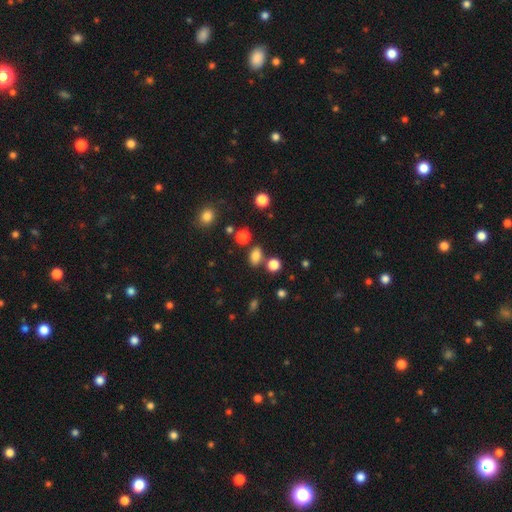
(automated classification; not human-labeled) smooth-or-featured: smooth: 80% | star or artifact: 14% | featured or disk: 6%
  how-rounded: in between: 76% | round: 22% | cigar-shaped: 2%
  merging: none: 75% | minor disturbance: 11% | merger: 10% | major disturbance: 4%